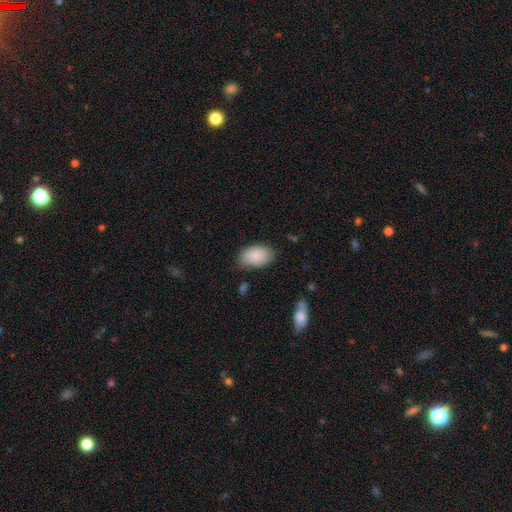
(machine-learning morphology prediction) Smooth or featured: smooth — 86% (featured or disk — 8%)
How rounded: in between — 92% (round — 7%)
Merging: none — 79% (minor disturbance — 16%)